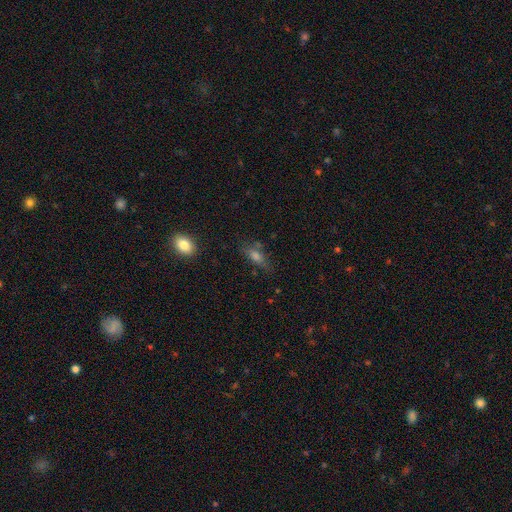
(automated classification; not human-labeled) Smooth or featured? smooth (63%)
How rounded? in between (65%)
Merging? none (66%)